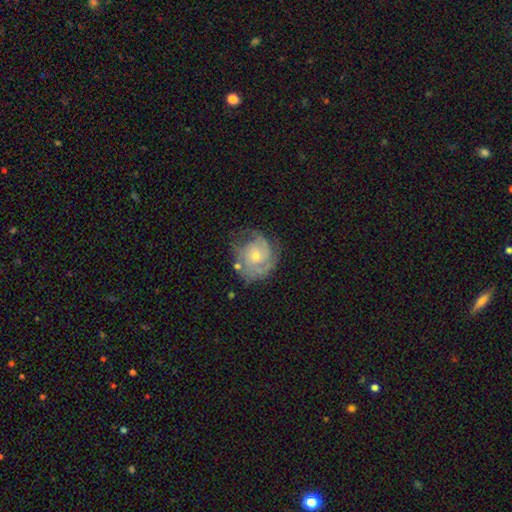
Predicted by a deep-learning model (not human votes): smooth_or_featured: featured or disk (p=0.77) [alt: smooth p=0.17]
disk_edge_on: no (p=0.98) [alt: yes p=0.02]
bar: no (p=0.76) [alt: weak p=0.21]
has_spiral_arms: yes (p=0.91) [alt: no p=0.09]
spiral_winding: tight (p=0.59) [alt: medium p=0.31]
spiral_arm_count: 2 (p=0.35) [alt: can't tell p=0.30]
bulge_size: small (p=0.55) [alt: moderate p=0.41]
merging: none (p=0.60) [alt: minor disturbance p=0.24]